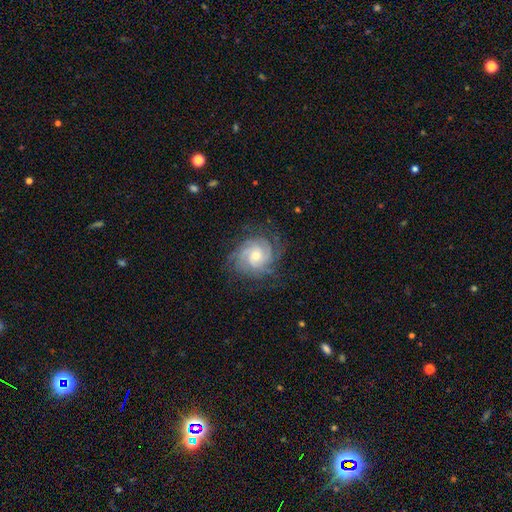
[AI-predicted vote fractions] Morphology: type=featured or disk (82%); edge-on=no (98%); bar=no (69%); spiral arms=yes (96%); winding=tight (68%); arm count=can't tell (29%); bulge=small (48%); merging=none (76%).